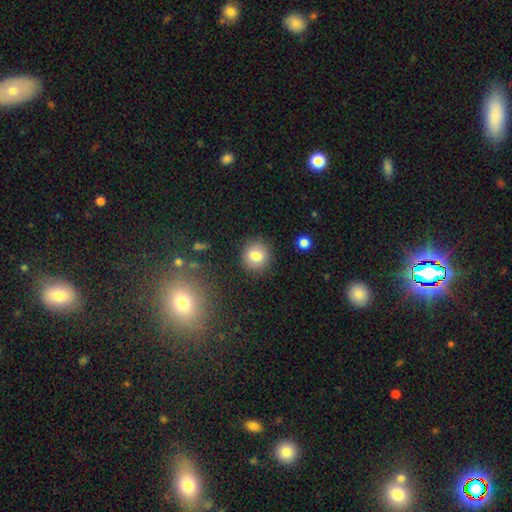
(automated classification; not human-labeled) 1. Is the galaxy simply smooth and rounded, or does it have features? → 79% smooth, 10% featured or disk, 10% star or artifact.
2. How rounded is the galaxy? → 83% round, 16% in between, 1% cigar-shaped.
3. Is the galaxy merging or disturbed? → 88% none, 8% minor disturbance, 3% major disturbance, 2% merger.